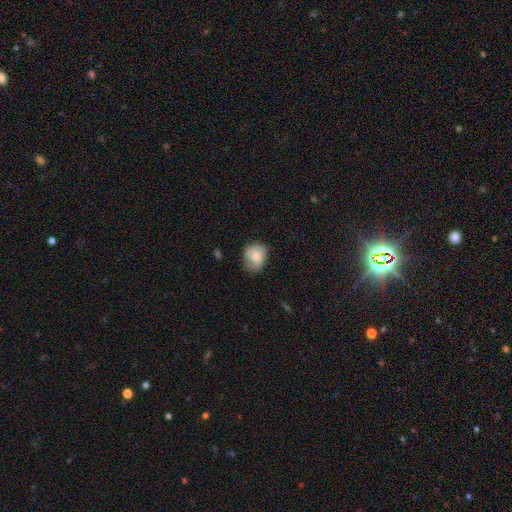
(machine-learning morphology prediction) A smooth galaxy with no disk features (72%) that is round (59%). Merging: none (57%).